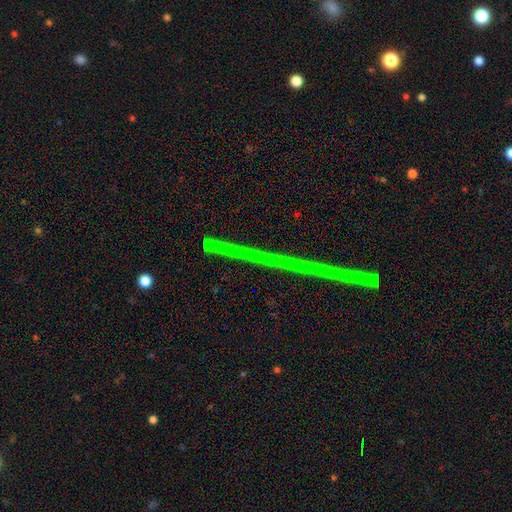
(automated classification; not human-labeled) smooth-or-featured: star or artifact: 78% | featured or disk: 14% | smooth: 8%